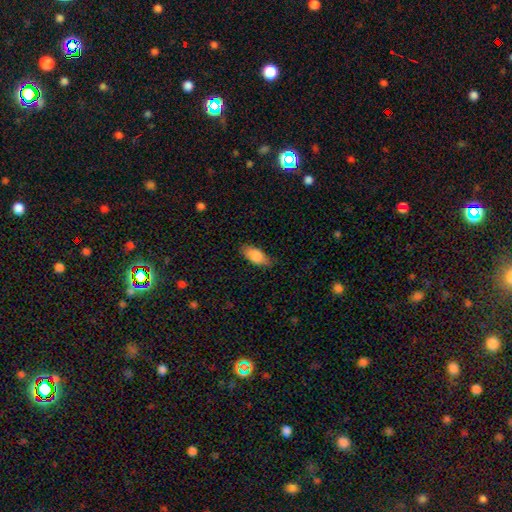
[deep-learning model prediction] smooth 84%, featured or disk 9%, star or artifact 6%. Down the decision tree: how rounded — in between (87%); merging — none (78%).